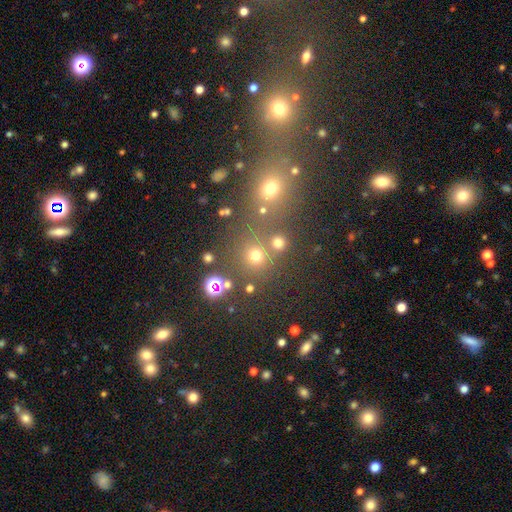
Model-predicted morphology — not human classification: This appears to be a smooth galaxy with no disk features (69%) that is round (91%). Merging: none (71%).